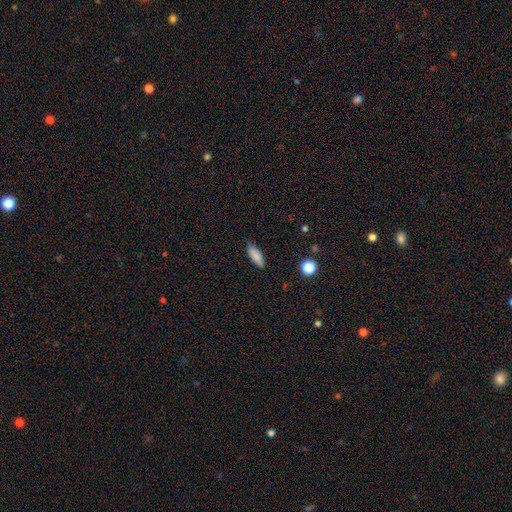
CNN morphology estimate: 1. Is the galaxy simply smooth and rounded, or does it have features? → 86% smooth, 8% star or artifact, 6% featured or disk.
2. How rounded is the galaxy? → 70% in between, 28% cigar-shaped, 2% round.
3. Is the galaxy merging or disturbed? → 82% none, 15% minor disturbance, 3% major disturbance, 1% merger.